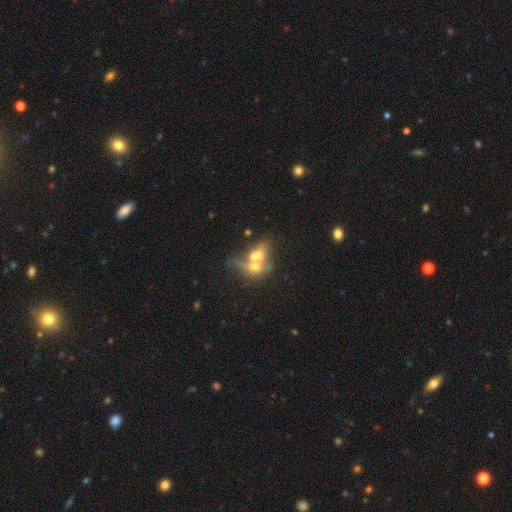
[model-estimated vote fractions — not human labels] A smooth galaxy with no disk features (48%).

Vote fractions:
- Smooth or featured? smooth: 48% / featured or disk: 39% / star or artifact: 13%
- Merging? merger: 69% / none: 15% / major disturbance: 9% / minor disturbance: 6%